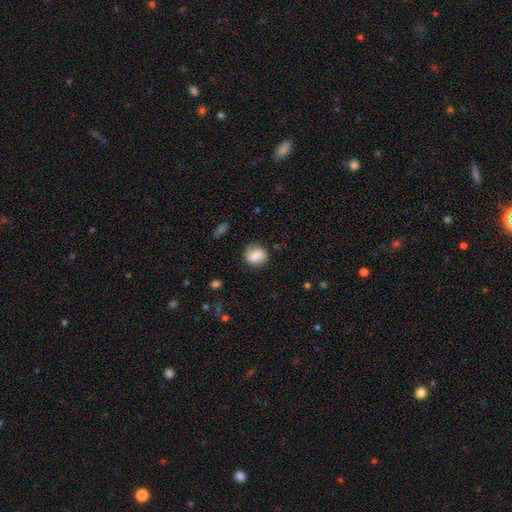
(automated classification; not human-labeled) smooth-or-featured: smooth: 78% | featured or disk: 14% | star or artifact: 8%
  how-rounded: round: 62% | in between: 37% | cigar-shaped: 1%
  merging: none: 71% | minor disturbance: 20% | major disturbance: 7% | merger: 2%